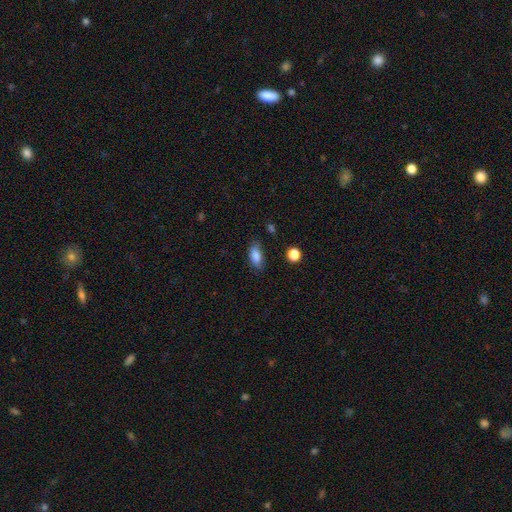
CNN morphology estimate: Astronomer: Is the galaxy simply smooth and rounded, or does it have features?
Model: smooth — 85%.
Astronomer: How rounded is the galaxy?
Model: in between — 84%.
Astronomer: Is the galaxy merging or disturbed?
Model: none — 78%.